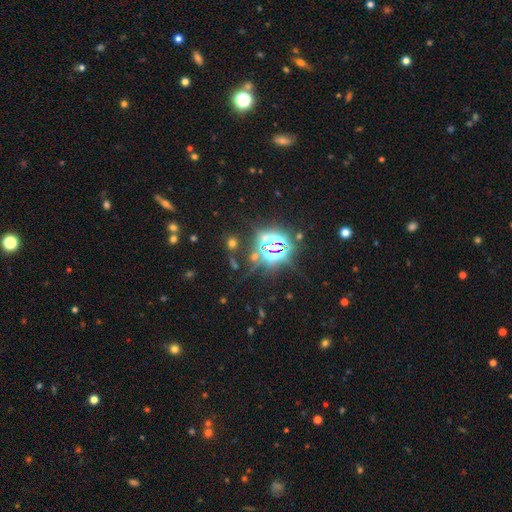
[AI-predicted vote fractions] star or artifact 80%, smooth 11%, featured or disk 9%.